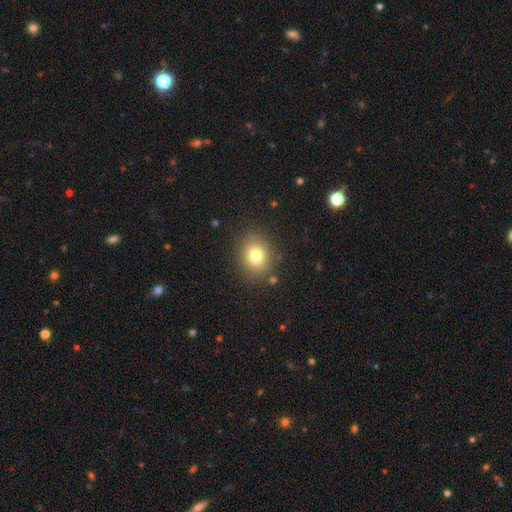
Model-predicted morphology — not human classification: This appears to be a smooth galaxy with no disk features (77%) that is round (66%). Merging: none (84%).